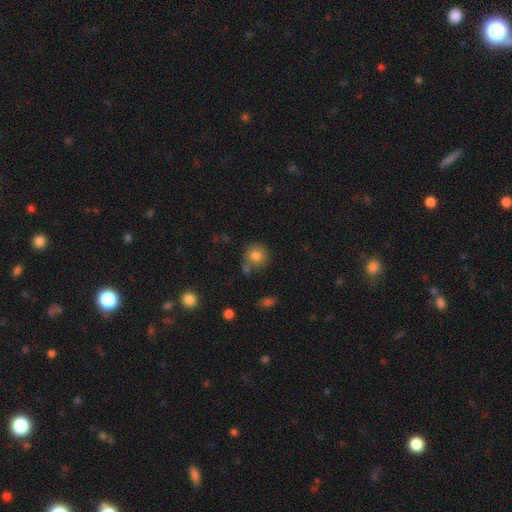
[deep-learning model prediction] The model was most divided on "merging": none: 66%, merger: 15%, minor disturbance: 14%, major disturbance: 4%. More confident: how rounded — round (88%); smooth or featured — smooth (81%).